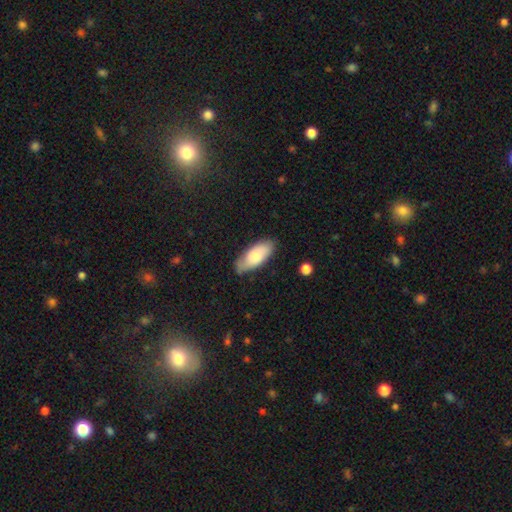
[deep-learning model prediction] Smooth or featured?
  - smooth: 77% *
  - featured or disk: 17%
  - star or artifact: 6%
How rounded?
  - in between: 83% *
  - cigar-shaped: 15%
  - round: 2%
Merging?
  - none: 76% *
  - minor disturbance: 19%
  - major disturbance: 3%
  - merger: 2%